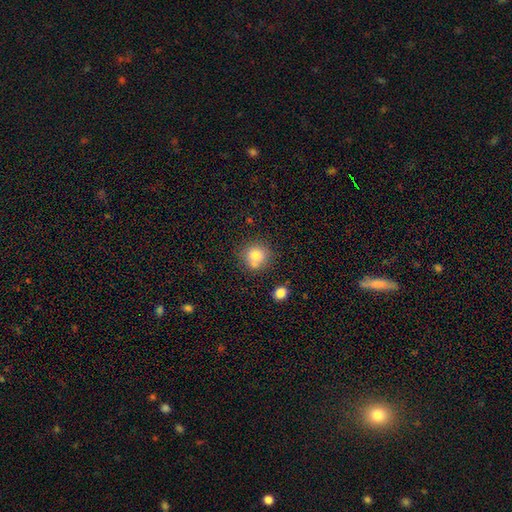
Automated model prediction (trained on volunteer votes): A smooth galaxy with no disk features (78%) that is round (87%).

Vote fractions:
- Smooth or featured? smooth: 78% / featured or disk: 12% / star or artifact: 11%
- How rounded? round: 87% / in between: 12% / cigar-shaped: 1%
- Merging? none: 63% / merger: 20% / minor disturbance: 13% / major disturbance: 4%